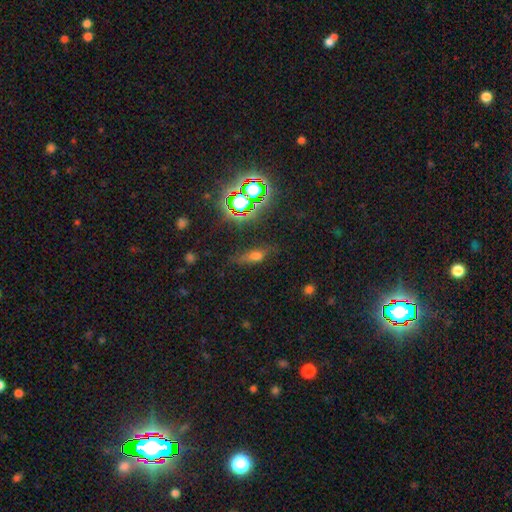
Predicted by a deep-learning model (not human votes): Overall: smooth (52%; star or artifact 28%). How rounded: in between (57%; cigar-shaped 33%). Merging: none (66%).